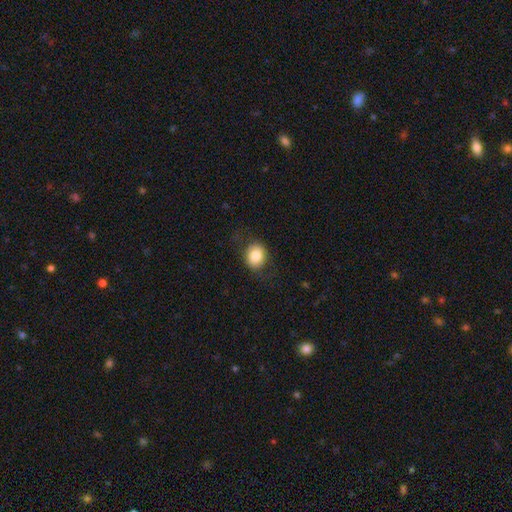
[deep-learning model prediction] This is clearly a smooth galaxy (82%). How rounded: likely round (61%). Merging: likely none (79%).